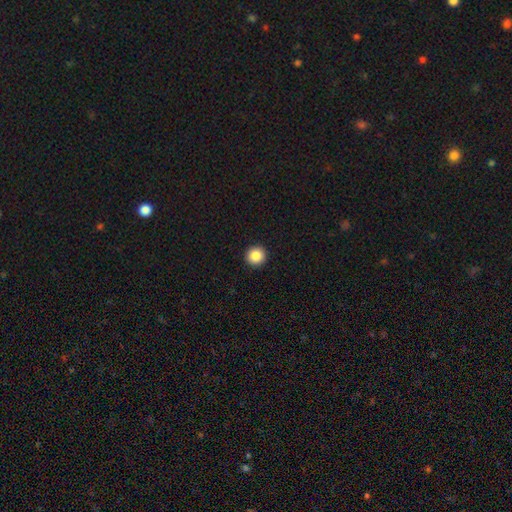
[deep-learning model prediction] Q: Smooth or featured?
A: smooth (86%); runner-up: star or artifact (9%)
Q: How rounded?
A: round (95%); runner-up: in between (4%)
Q: Merging?
A: none (94%); runner-up: minor disturbance (4%)